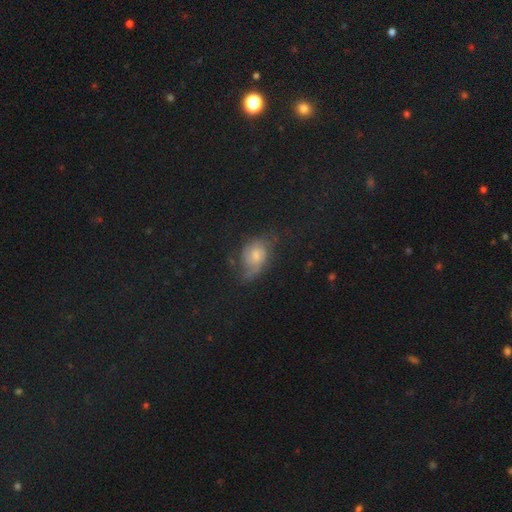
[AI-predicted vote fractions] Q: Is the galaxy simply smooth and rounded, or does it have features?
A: featured or disk — 55%.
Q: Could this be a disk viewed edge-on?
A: no — 96%.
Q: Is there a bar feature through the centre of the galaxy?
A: no — 58%.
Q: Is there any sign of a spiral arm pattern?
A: yes — 85%.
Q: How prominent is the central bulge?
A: moderate — 45%.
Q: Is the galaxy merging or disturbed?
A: none — 51%.